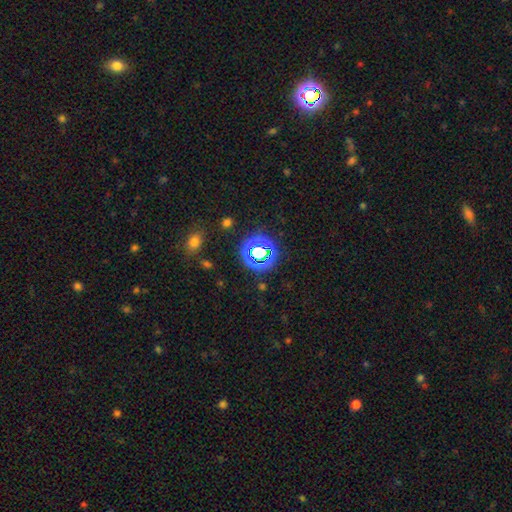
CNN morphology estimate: smooth_or_featured: star or artifact (p=0.63) [alt: smooth p=0.28]